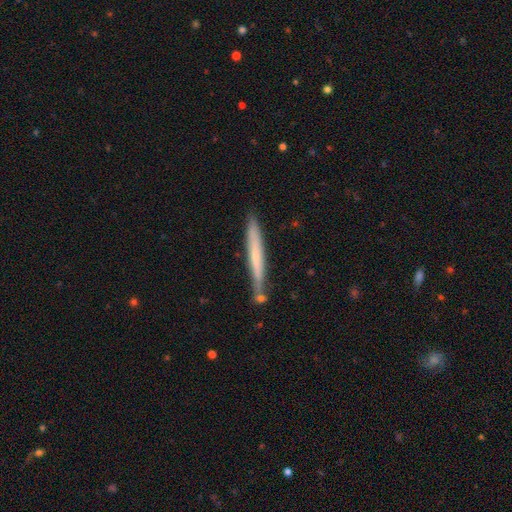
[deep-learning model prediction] smooth-or-featured: smooth: 53% | featured or disk: 41% | star or artifact: 6%
  how-rounded: cigar-shaped: 97% | in between: 2% | round: 1%
  merging: none: 78% | minor disturbance: 14% | merger: 6% | major disturbance: 3%